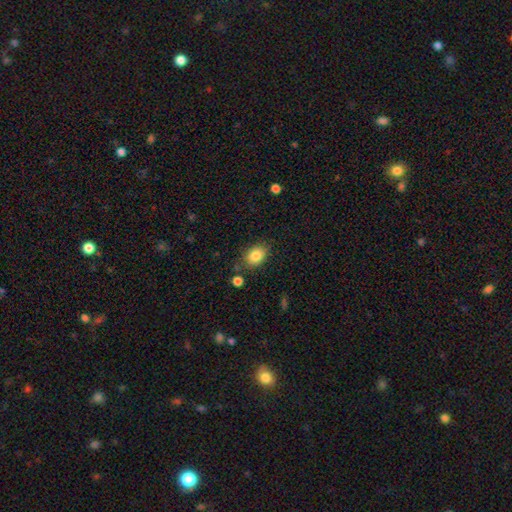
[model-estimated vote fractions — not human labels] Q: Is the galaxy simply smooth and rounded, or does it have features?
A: smooth — 84%.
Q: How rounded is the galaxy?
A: in between — 71%.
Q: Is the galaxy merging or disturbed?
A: none — 77%.